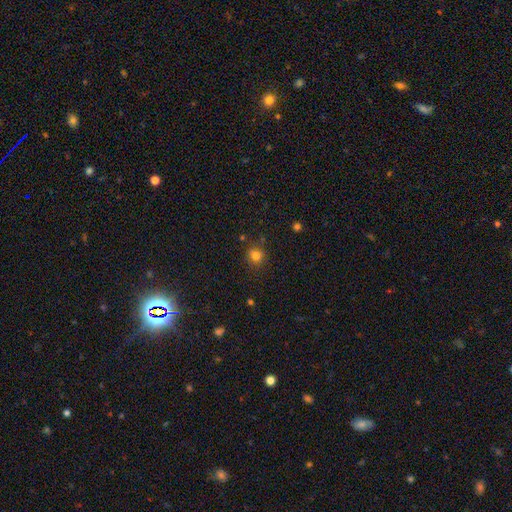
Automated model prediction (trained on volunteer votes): Overall: smooth (78%). How rounded: round (82%). Merging: none (79%).